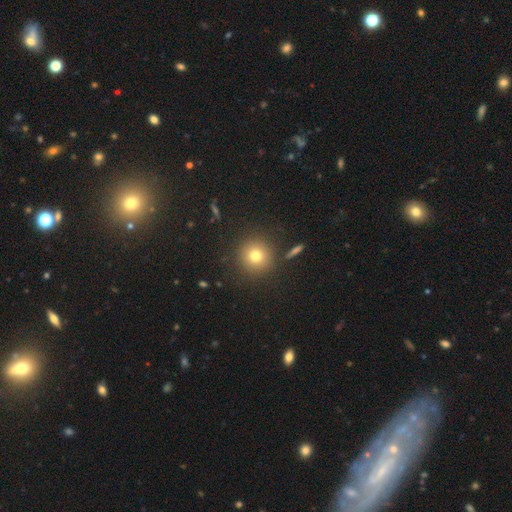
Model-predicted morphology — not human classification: This appears to be a smooth galaxy with no disk features (76%) that is round (94%). Merging: none (88%).